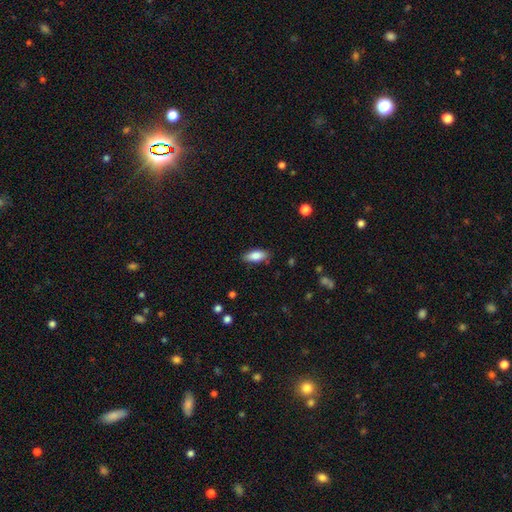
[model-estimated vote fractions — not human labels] The model was most divided on "how rounded": in between: 83%, cigar-shaped: 15%, round: 2%. More confident: merging — none (85%); smooth or featured — smooth (84%).